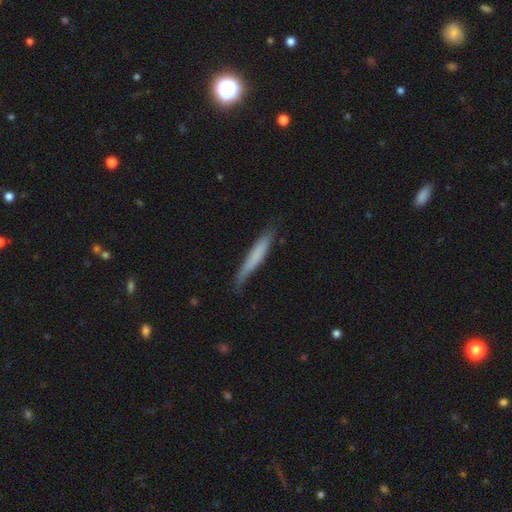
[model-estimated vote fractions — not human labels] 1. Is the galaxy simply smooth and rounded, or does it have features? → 67% smooth, 27% featured or disk, 6% star or artifact.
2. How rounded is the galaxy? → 94% cigar-shaped, 5% in between, 1% round.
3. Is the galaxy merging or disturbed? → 69% none, 25% minor disturbance, 5% major disturbance, 2% merger.